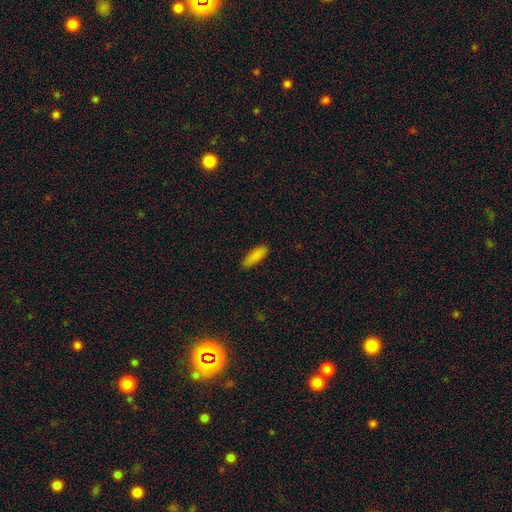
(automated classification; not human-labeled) Q: Smooth or featured?
A: smooth (87%); runner-up: star or artifact (8%)
Q: How rounded?
A: in between (57%); runner-up: cigar-shaped (41%)
Q: Merging?
A: none (83%); runner-up: minor disturbance (14%)